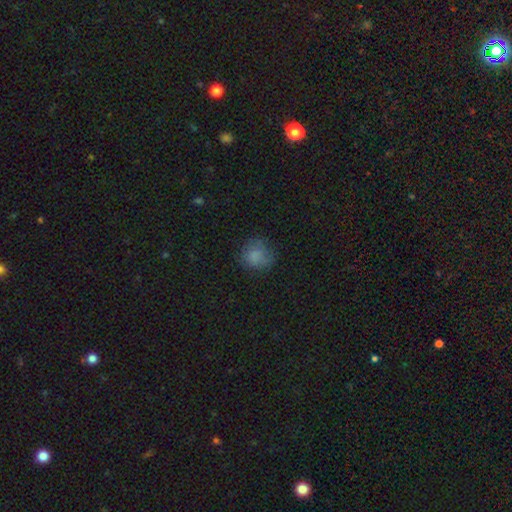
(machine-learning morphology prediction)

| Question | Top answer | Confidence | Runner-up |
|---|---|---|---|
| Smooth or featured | smooth | 79% | star or artifact (12%) |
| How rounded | round | 85% | in between (14%) |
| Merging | none | 72% | minor disturbance (19%) |